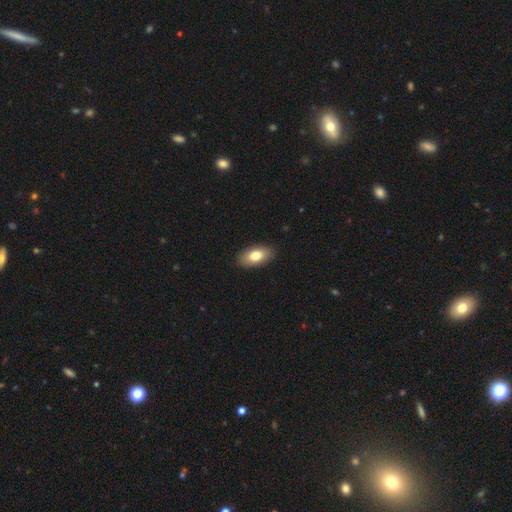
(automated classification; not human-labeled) The model was most divided on "smooth or featured": smooth: 78%, featured or disk: 15%, star or artifact: 7%. More confident: how rounded — in between (92%); merging — none (89%).